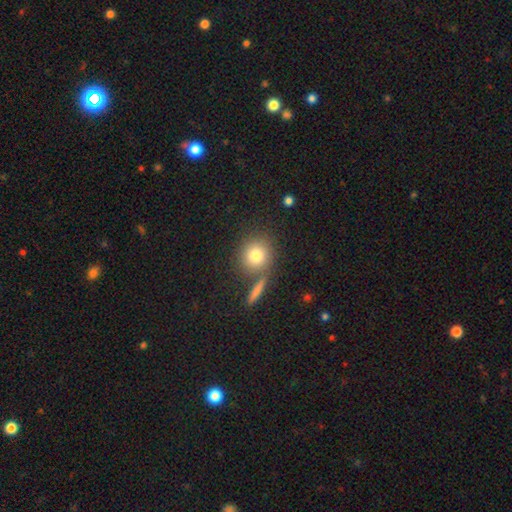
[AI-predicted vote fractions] Smooth or featured?
  - smooth: 78% *
  - star or artifact: 11%
  - featured or disk: 11%
How rounded?
  - round: 86% *
  - in between: 12%
  - cigar-shaped: 2%
Merging?
  - none: 71% *
  - merger: 16%
  - minor disturbance: 9%
  - major disturbance: 4%